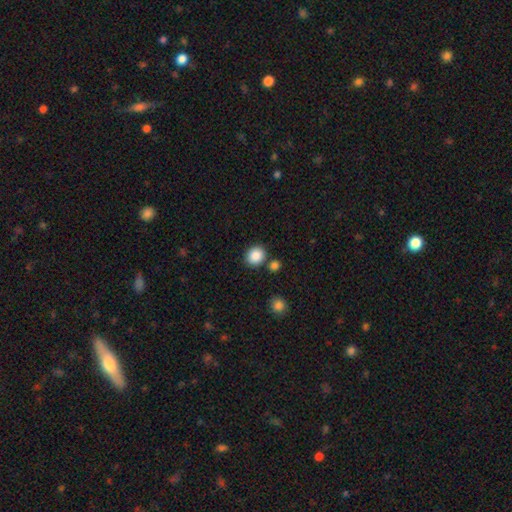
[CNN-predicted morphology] Smooth or featured? smooth (87%)
How rounded? round (76%)
Merging? none (80%)